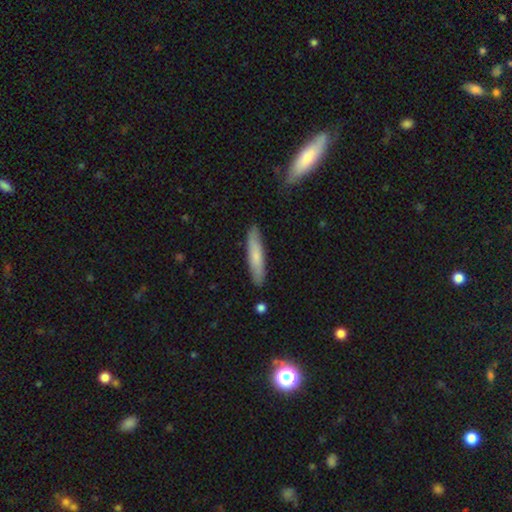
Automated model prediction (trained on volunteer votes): Morphology: type=smooth (71%); roundness=cigar-shaped (87%); merging=none (86%).